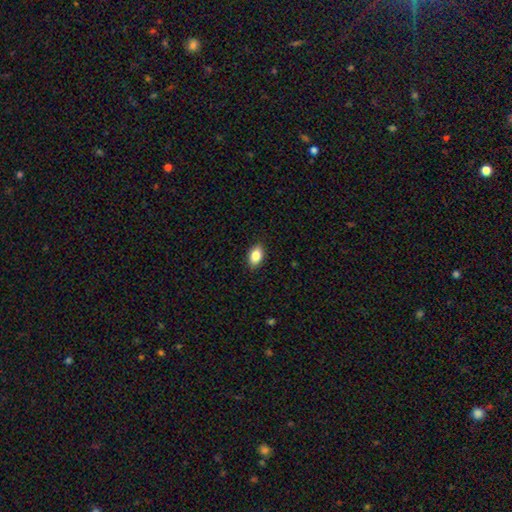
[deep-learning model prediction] Smooth or featured? Predicted: smooth (p=0.85). How rounded? Predicted: in between (p=0.88). Merging? Predicted: none (p=0.88).